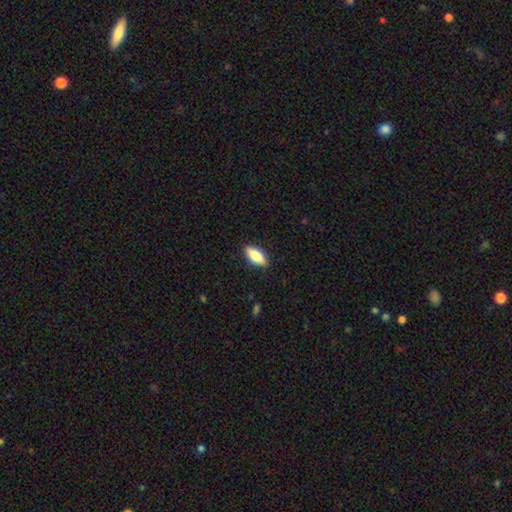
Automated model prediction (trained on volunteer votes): smooth-or-featured: smooth: 74% | featured or disk: 20% | star or artifact: 6%
  how-rounded: in between: 79% | cigar-shaped: 19% | round: 3%
  merging: none: 89% | minor disturbance: 8% | major disturbance: 2% | merger: 1%